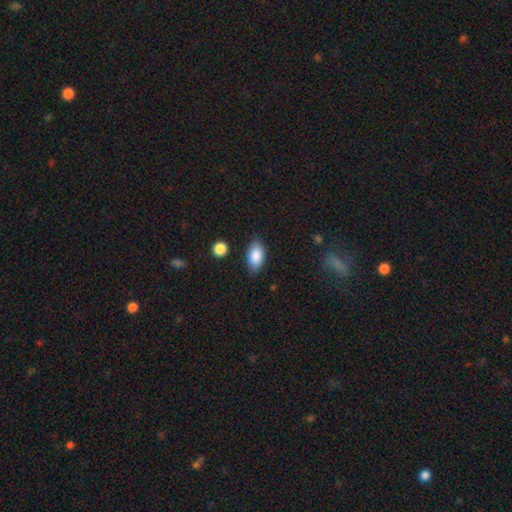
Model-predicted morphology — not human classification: Smooth or featured?
  - smooth: 87% *
  - star or artifact: 7%
  - featured or disk: 6%
How rounded?
  - in between: 92% *
  - round: 4%
  - cigar-shaped: 4%
Merging?
  - none: 83% *
  - minor disturbance: 12%
  - major disturbance: 3%
  - merger: 2%